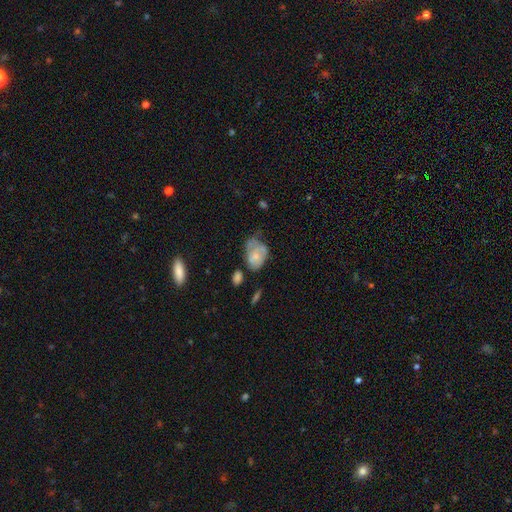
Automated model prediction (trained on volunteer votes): A smooth galaxy with no disk features (54%) that is in between round and cigar-shaped (76%).

Vote fractions:
- Smooth or featured? smooth: 54% / featured or disk: 38% / star or artifact: 8%
- How rounded? in between: 76% / round: 23% / cigar-shaped: 1%
- Merging? minor disturbance: 36% / none: 29% / major disturbance: 26% / merger: 10%